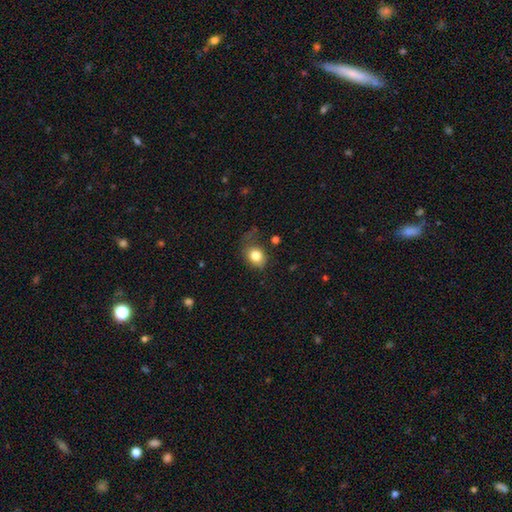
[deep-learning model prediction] This is clearly a smooth galaxy (81%). How rounded: possibly in between (50%). Merging: possibly none (59%).